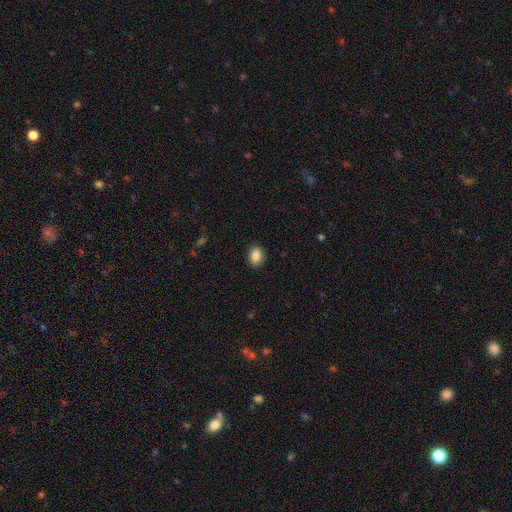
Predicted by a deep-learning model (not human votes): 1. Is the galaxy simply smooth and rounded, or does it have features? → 87% smooth, 8% star or artifact, 5% featured or disk.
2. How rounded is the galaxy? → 61% in between, 38% round, 1% cigar-shaped.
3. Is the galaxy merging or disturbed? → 90% none, 7% minor disturbance, 2% major disturbance, 1% merger.